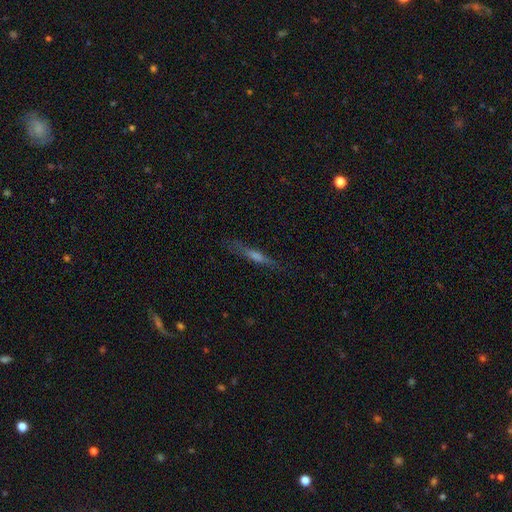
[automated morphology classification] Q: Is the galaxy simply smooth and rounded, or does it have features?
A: featured or disk — 59%.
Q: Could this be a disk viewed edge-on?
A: yes — 92%.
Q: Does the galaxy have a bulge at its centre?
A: rounded — 54%.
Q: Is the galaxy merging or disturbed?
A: none — 82%.